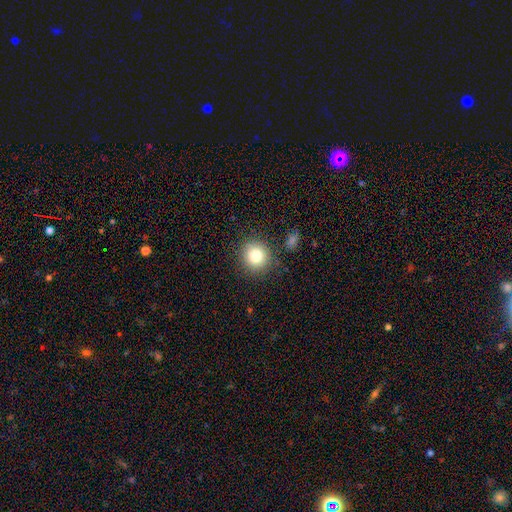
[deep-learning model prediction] The model was most divided on "smooth or featured": smooth: 82%, star or artifact: 10%, featured or disk: 8%. More confident: how rounded — round (90%); merging — none (86%).